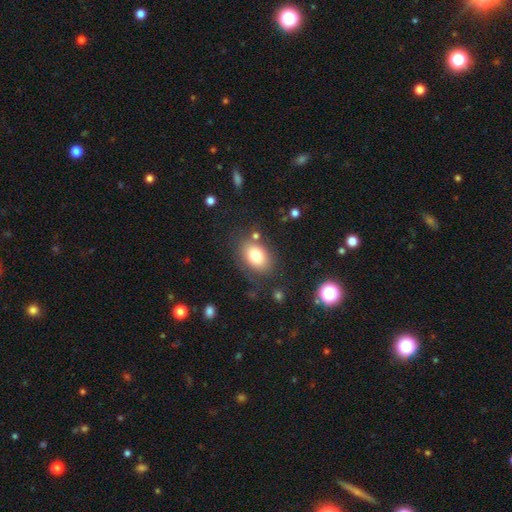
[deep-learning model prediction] Overall: smooth (79%). How rounded: in between (79%). Merging: none (74%).